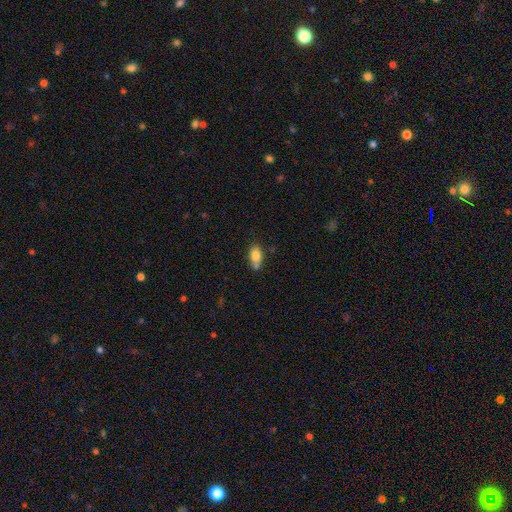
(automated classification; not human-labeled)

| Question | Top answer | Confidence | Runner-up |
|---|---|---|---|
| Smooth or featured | smooth | 80% | featured or disk (11%) |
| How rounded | in between | 86% | round (8%) |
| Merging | none | 55% | merger (22%) |